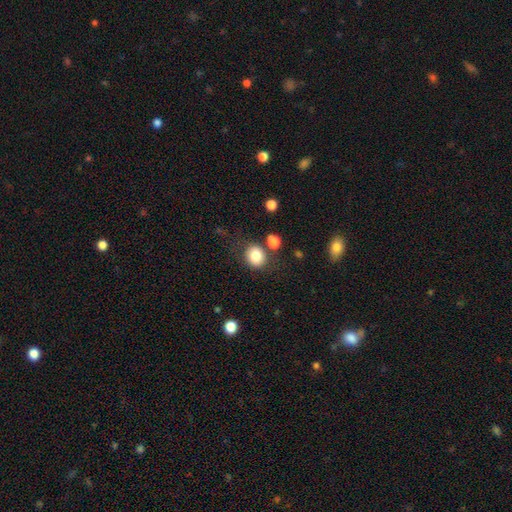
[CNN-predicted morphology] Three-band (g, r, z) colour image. It shows a smooth galaxy with no disk features (82%) that is round (79%). Merging: none (74%).